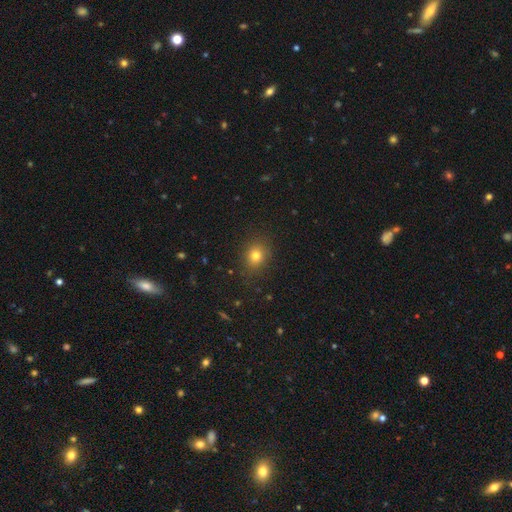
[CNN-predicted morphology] Q: Smooth or featured?
A: smooth (78%); runner-up: star or artifact (14%)
Q: How rounded?
A: round (61%); runner-up: in between (38%)
Q: Merging?
A: none (86%); runner-up: minor disturbance (10%)